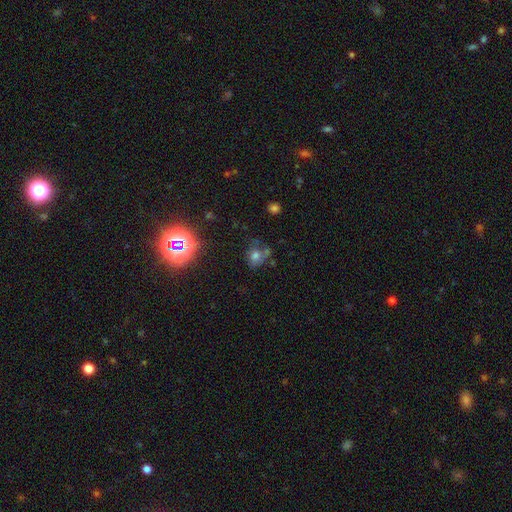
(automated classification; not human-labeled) smooth_or_featured: smooth (p=0.55) [alt: star or artifact p=0.23]
how_rounded: round (p=0.57) [alt: in between p=0.42]
merging: none (p=0.44) [alt: minor disturbance p=0.25]